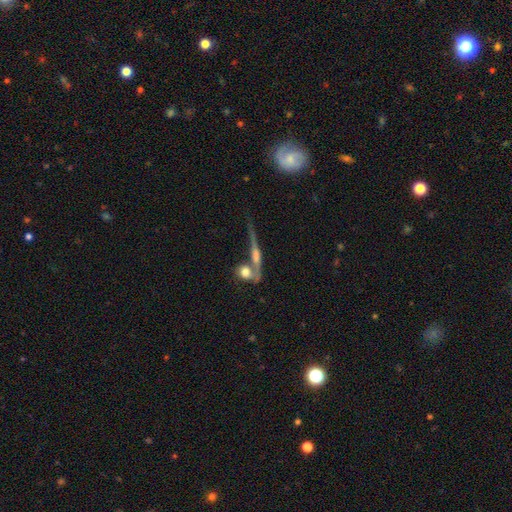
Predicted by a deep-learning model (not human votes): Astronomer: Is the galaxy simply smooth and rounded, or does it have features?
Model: featured or disk — 63%.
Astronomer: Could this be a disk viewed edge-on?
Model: yes — 79%.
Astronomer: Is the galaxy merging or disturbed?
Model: none — 45% (runner-up: merger, 32%).